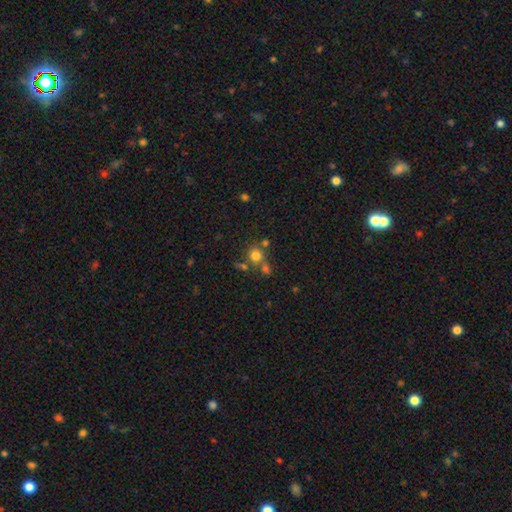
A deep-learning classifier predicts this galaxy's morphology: A smooth galaxy with no disk features (73%) that is round (87%). Merging: none (56%).